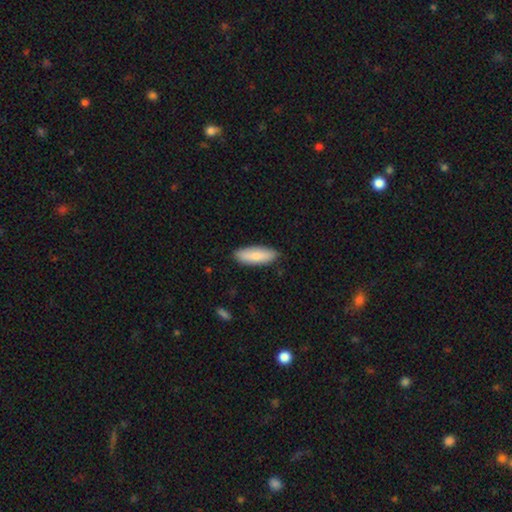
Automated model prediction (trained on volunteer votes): Morphology: type=smooth (81%); roundness=in between (62%); merging=none (86%).